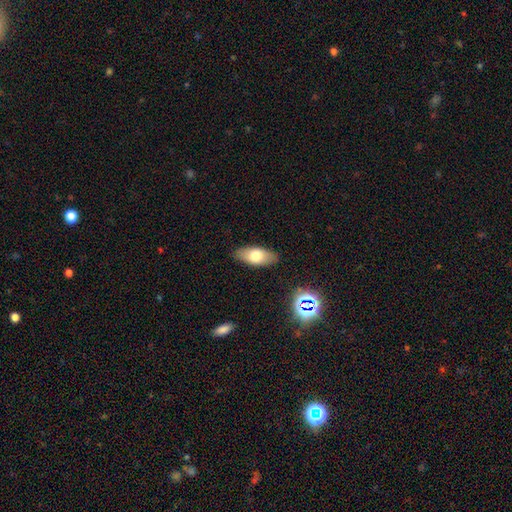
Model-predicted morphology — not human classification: smooth-or-featured: smooth: 71% | featured or disk: 21% | star or artifact: 8%
  how-rounded: in between: 87% | cigar-shaped: 10% | round: 3%
  merging: none: 87% | minor disturbance: 9% | major disturbance: 2% | merger: 1%